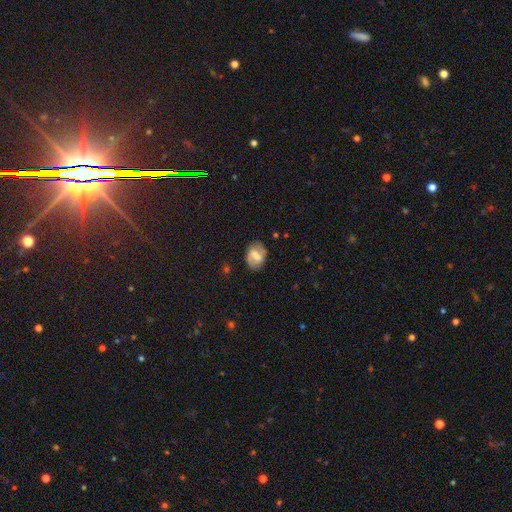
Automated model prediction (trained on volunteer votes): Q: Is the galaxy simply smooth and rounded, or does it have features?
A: featured or disk — 49%.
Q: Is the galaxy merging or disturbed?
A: none — 79%.